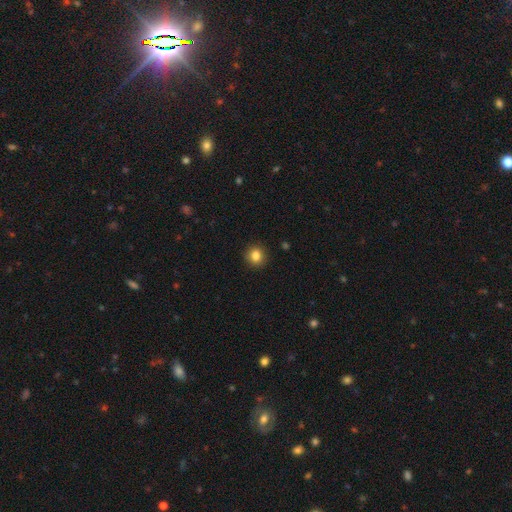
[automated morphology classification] Overall: smooth (84%). How rounded: round (90%). Merging: none (92%).